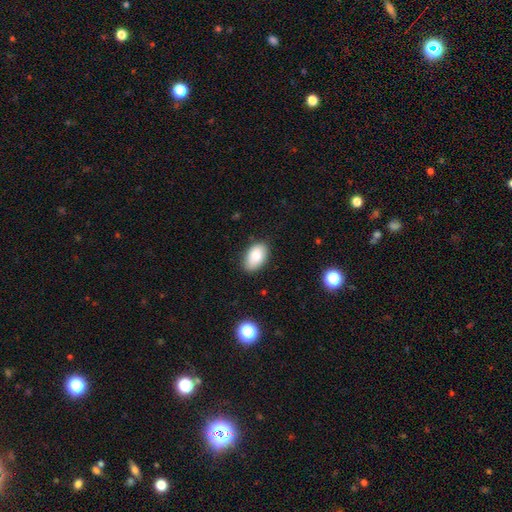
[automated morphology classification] Q: Smooth or featured?
A: smooth (81%); runner-up: featured or disk (11%)
Q: How rounded?
A: in between (91%); runner-up: round (8%)
Q: Merging?
A: none (83%); runner-up: minor disturbance (13%)